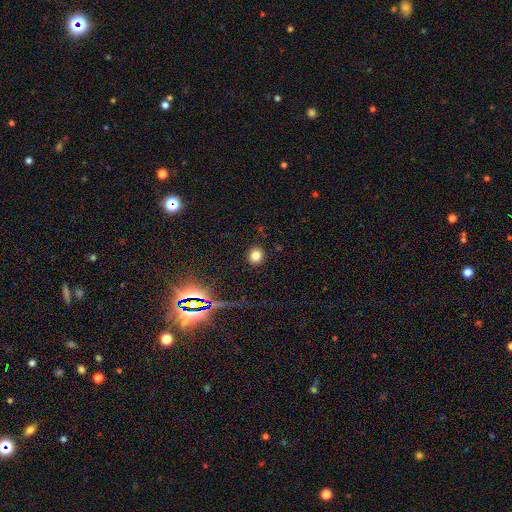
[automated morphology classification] This is likely a smooth galaxy (79%). How rounded: clearly round (84%). Merging: clearly none (90%).